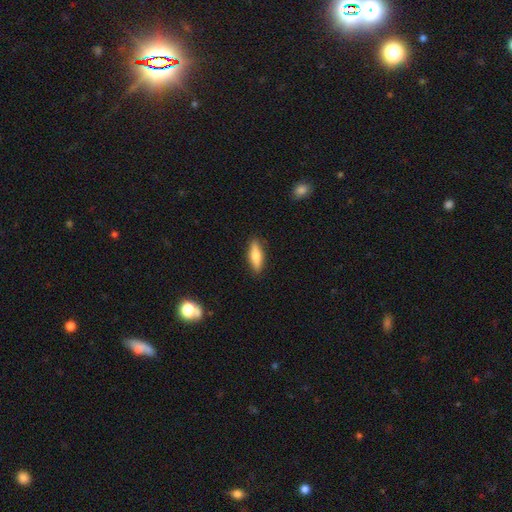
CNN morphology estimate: type=smooth (70%); roundness=cigar-shaped (55%); merging=none (87%).